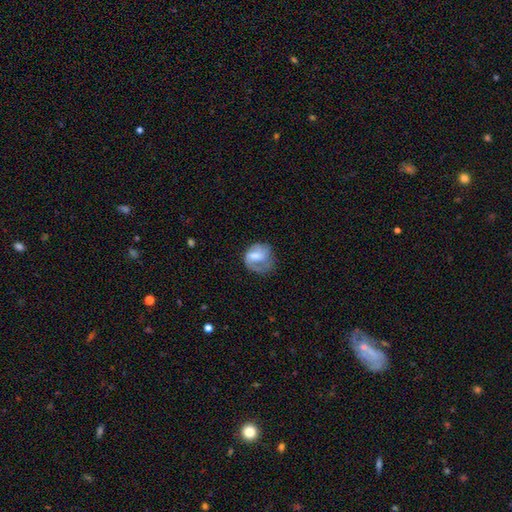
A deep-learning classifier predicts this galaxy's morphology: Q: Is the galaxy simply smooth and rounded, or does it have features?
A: featured or disk — 53%.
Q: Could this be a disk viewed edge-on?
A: no — 97%.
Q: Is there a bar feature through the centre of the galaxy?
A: weak — 48%.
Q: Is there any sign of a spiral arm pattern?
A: yes — 76%.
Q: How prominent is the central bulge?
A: moderate — 42%.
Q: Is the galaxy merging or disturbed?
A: none — 47%.